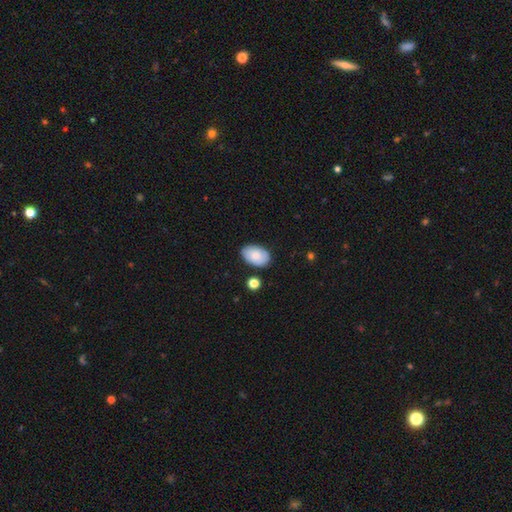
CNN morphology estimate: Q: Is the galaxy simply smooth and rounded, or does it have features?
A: smooth — 77%.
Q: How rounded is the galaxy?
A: in between — 90%.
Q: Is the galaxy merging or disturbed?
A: none — 78%.